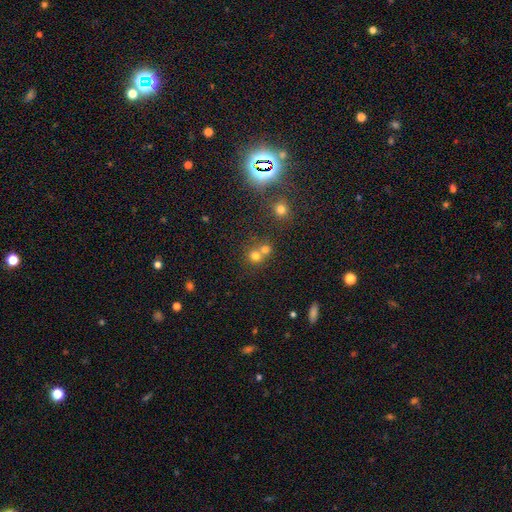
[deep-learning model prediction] Morphology: type=smooth (71%); roundness=round (83%); merging=merger (50%).